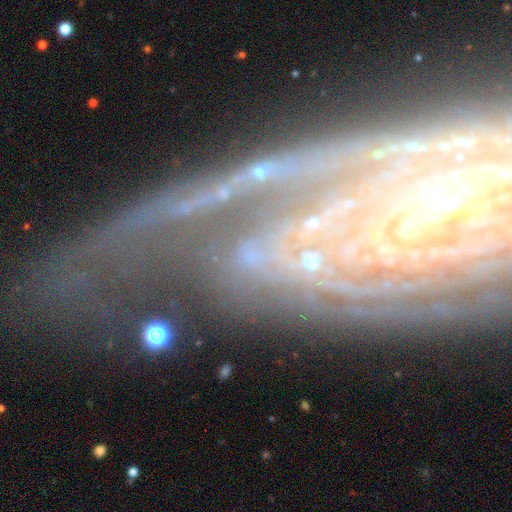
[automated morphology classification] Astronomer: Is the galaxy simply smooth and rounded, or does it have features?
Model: featured or disk — 43% (runner-up: star or artifact, 40%).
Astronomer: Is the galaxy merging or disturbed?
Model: none — 47%.